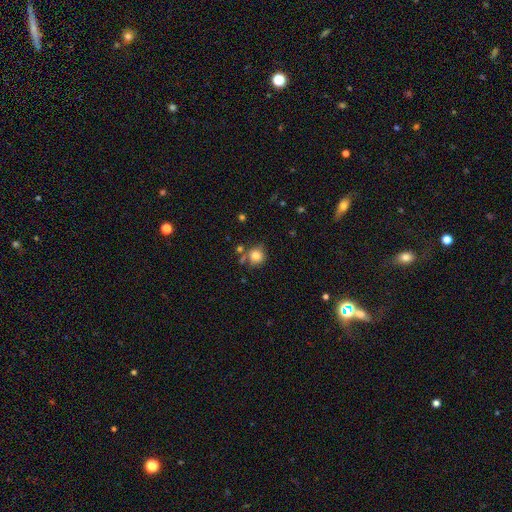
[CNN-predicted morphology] Q: Smooth or featured?
A: smooth (79%); runner-up: star or artifact (12%)
Q: How rounded?
A: round (87%); runner-up: in between (12%)
Q: Merging?
A: none (67%); runner-up: minor disturbance (16%)